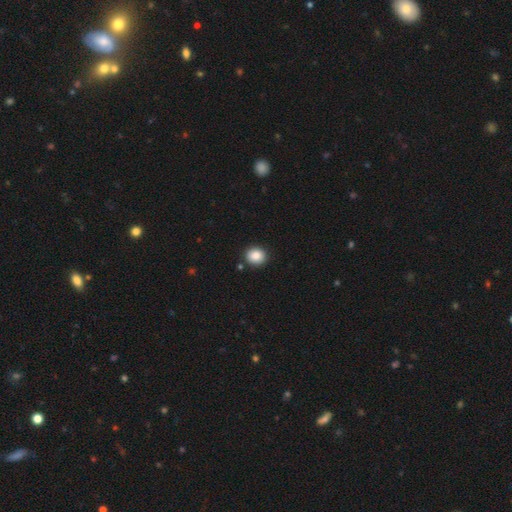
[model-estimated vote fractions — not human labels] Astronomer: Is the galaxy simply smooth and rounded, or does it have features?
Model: smooth — 86%.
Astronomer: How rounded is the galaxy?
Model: round — 77%.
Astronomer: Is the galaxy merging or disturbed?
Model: none — 89%.